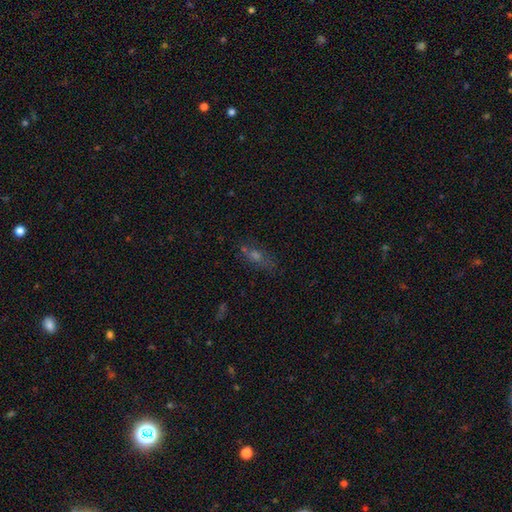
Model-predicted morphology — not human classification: Smooth or featured: smooth — 41% (star or artifact — 31%)
Merging: none — 66% (minor disturbance — 18%)